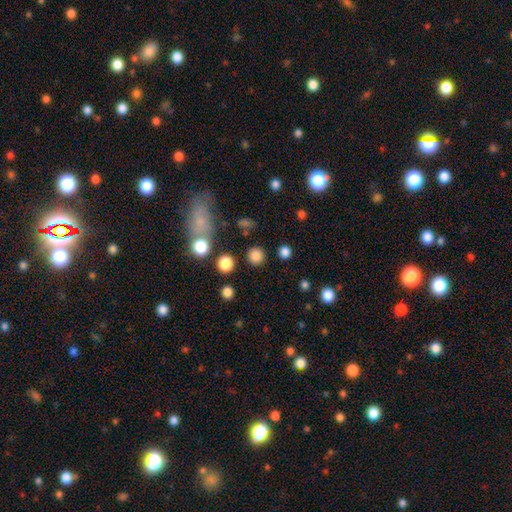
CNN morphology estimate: Q: Smooth or featured?
A: smooth (83%); runner-up: star or artifact (13%)
Q: How rounded?
A: round (93%); runner-up: in between (6%)
Q: Merging?
A: none (88%); runner-up: minor disturbance (6%)